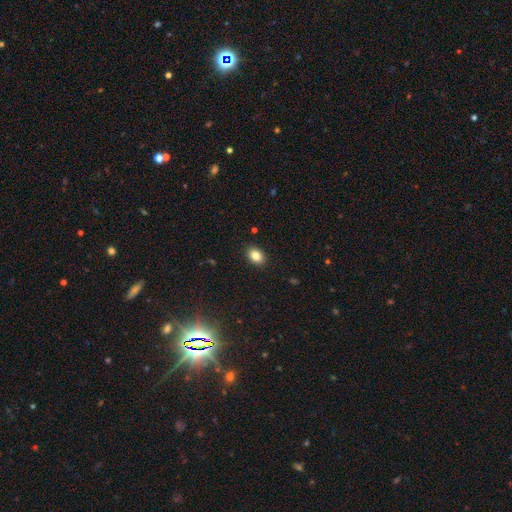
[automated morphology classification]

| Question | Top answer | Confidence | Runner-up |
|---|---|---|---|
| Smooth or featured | smooth | 84% | star or artifact (10%) |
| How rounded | in between | 74% | round (25%) |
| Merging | none | 89% | minor disturbance (8%) |